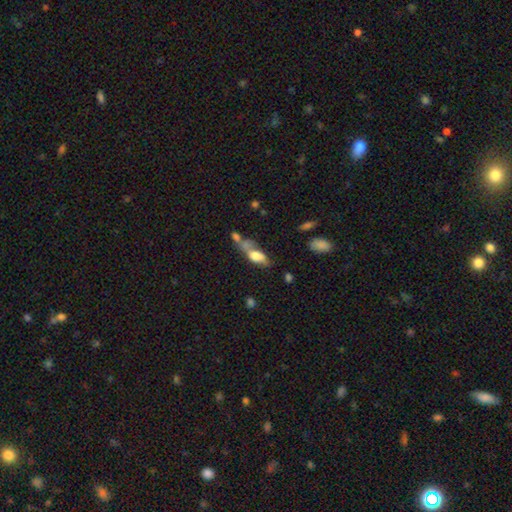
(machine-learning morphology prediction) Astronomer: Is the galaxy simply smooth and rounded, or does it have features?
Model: smooth — 62%.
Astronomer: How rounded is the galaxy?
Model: in between — 77%.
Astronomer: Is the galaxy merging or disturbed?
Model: merger — 37% (runner-up: none, 24%).